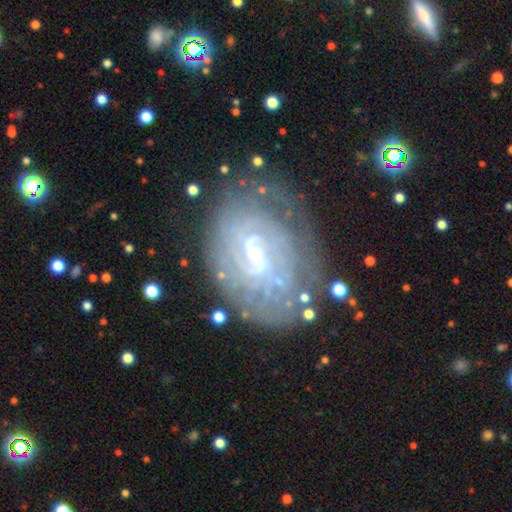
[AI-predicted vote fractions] featured or disk 73%, smooth 17%, star or artifact 10%. Down the decision tree: edge-on disk — no (97%); bar — weak (48%); spiral arms — yes (76%); spiral arm count — can't tell (63%); spiral winding — tight (68%); bulge size — small (61%); merging — none (69%).